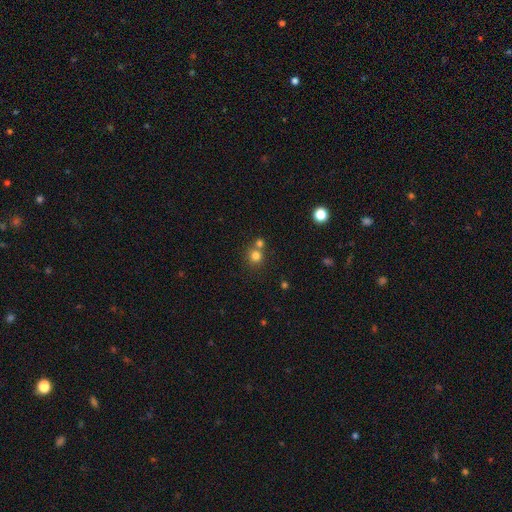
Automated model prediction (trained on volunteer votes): smooth 78%, star or artifact 14%, featured or disk 7%. Down the decision tree: how rounded — round (90%); merging — none (58%).